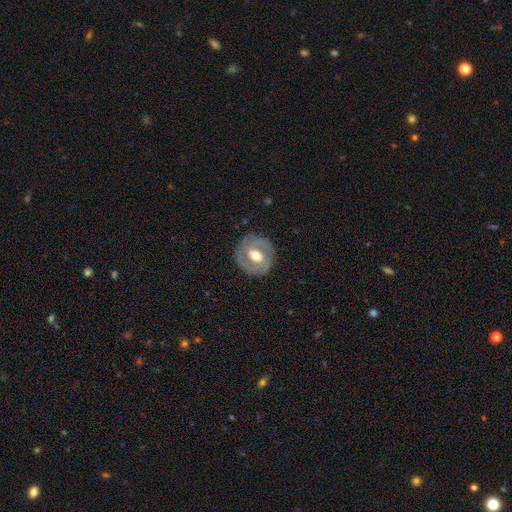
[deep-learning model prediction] Q: Smooth or featured?
A: featured or disk (66%); runner-up: smooth (28%)
Q: Edge-on disk?
A: no (96%); runner-up: yes (4%)
Q: Bar?
A: weak (42%); runner-up: no (34%)
Q: Spiral arms?
A: yes (56%); runner-up: no (44%)
Q: Bulge size?
A: moderate (75%); runner-up: large (14%)
Q: Merging?
A: none (84%); runner-up: minor disturbance (11%)